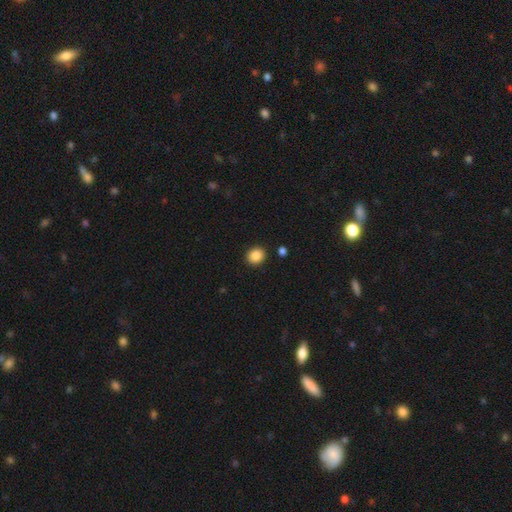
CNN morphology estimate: Smooth or featured: smooth — 88% (star or artifact — 9%)
How rounded: round — 66% (in between — 33%)
Merging: none — 89% (minor disturbance — 7%)